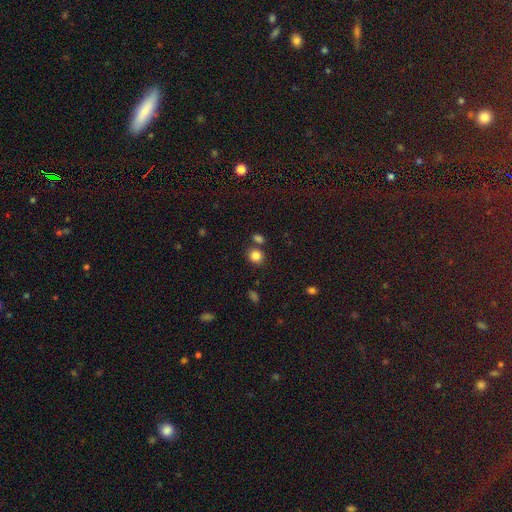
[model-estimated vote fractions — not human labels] Overall: smooth (84%). How rounded: round (77%). Merging: none (71%).